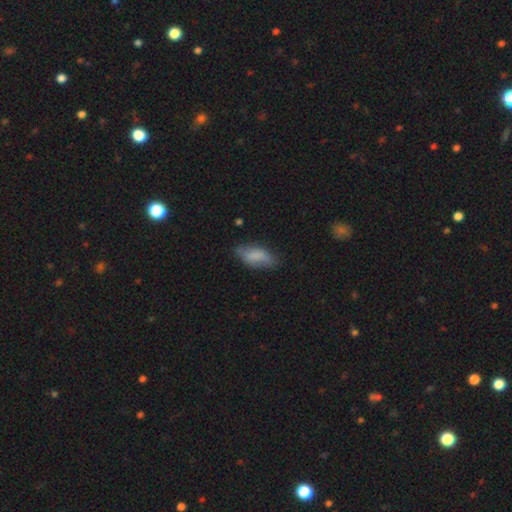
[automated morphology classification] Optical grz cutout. It shows a smooth galaxy with no disk features (74%) that is in between round and cigar-shaped (80%). Merging: none (64%).